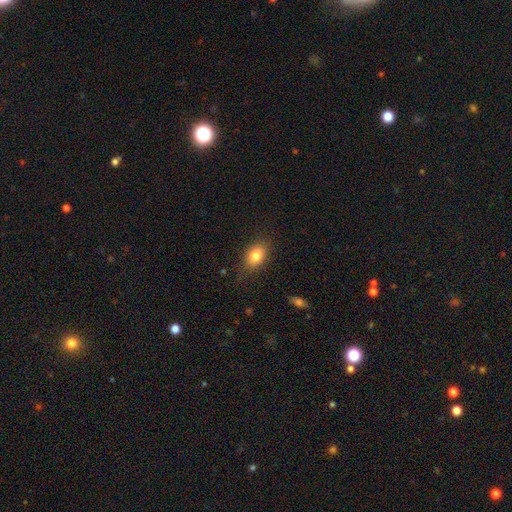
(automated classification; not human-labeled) Smooth or featured? Predicted: smooth (p=0.81). How rounded? Predicted: in between (p=0.81). Merging? Predicted: none (p=0.79).